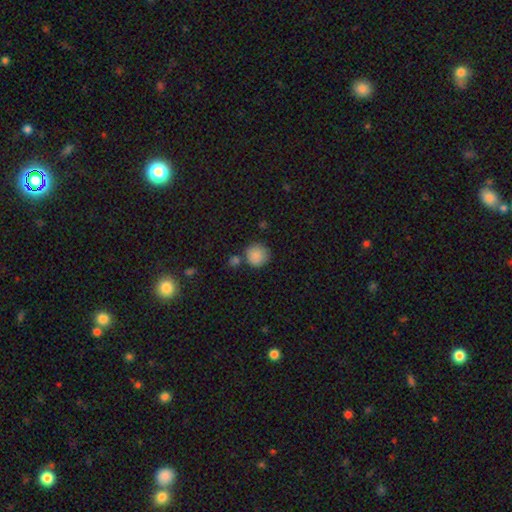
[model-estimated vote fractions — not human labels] smooth 86%, star or artifact 9%, featured or disk 5%. Down the decision tree: how rounded — round (93%); merging — none (72%).